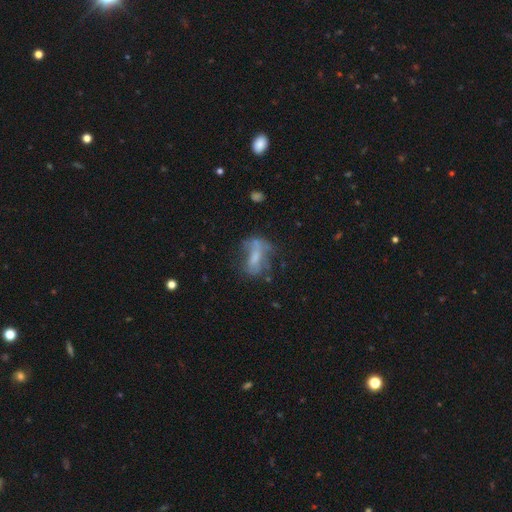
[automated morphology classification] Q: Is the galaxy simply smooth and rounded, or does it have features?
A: featured or disk — 45%.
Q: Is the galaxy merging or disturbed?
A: none — 37%.